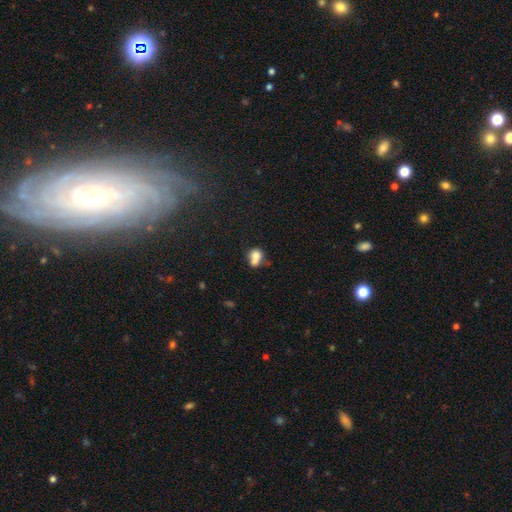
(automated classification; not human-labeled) smooth-or-featured: smooth: 74% | featured or disk: 16% | star or artifact: 10%
  how-rounded: round: 61% | in between: 38% | cigar-shaped: 1%
  merging: merger: 56% | none: 28% | minor disturbance: 11% | major disturbance: 6%